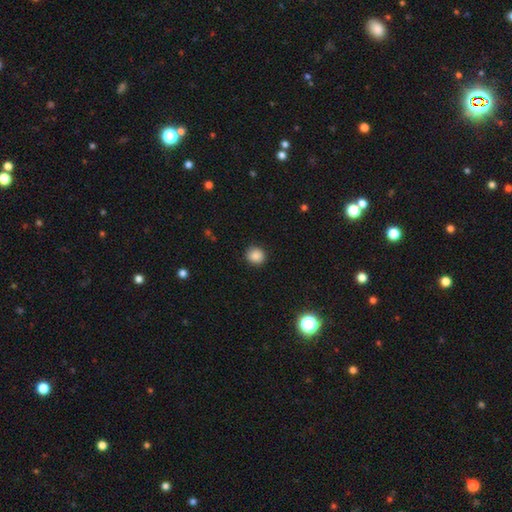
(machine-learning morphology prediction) A smooth galaxy with no disk features (87%) that is round (88%). Merging: none (89%).